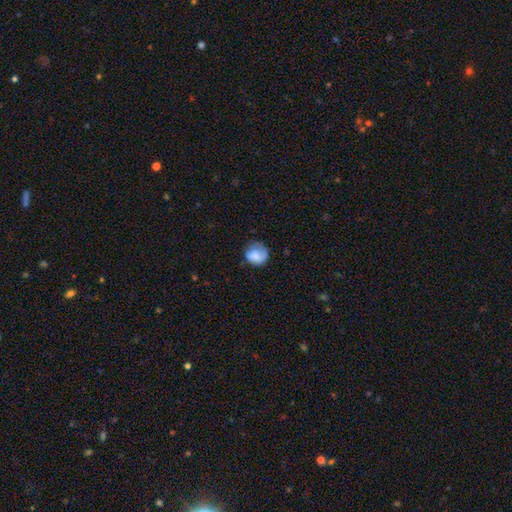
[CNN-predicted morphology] type=smooth (75%); roundness=round (82%); merging=none (59%).